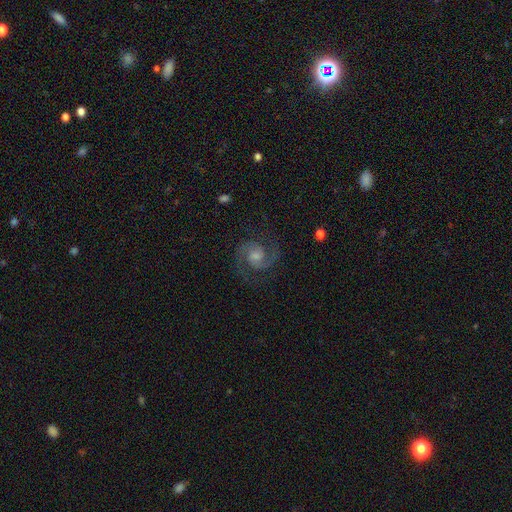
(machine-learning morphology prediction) Smooth or featured? Predicted: featured or disk (p=0.89). Edge-on disk? Predicted: no (p=0.98). Bar? Predicted: no (p=0.52). Spiral arms? Predicted: yes (p=0.98). Spiral winding? Predicted: medium (p=0.59). Spiral arm count? Predicted: 2 (p=0.93). Bulge size? Predicted: moderate (p=0.46). Merging? Predicted: none (p=0.82).